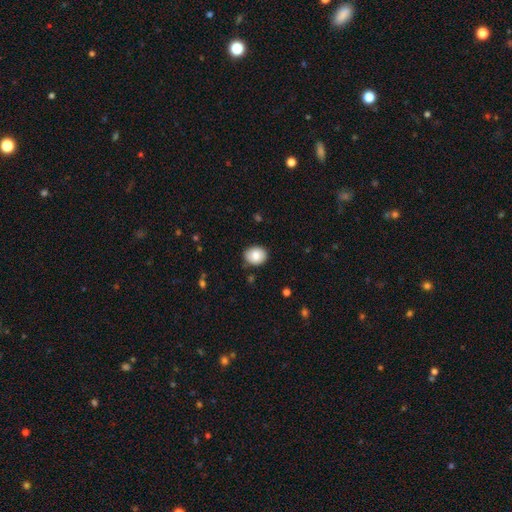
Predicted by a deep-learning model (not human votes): smooth 82%, featured or disk 10%, star or artifact 8%. Down the decision tree: how rounded — round (63%); merging — none (84%).